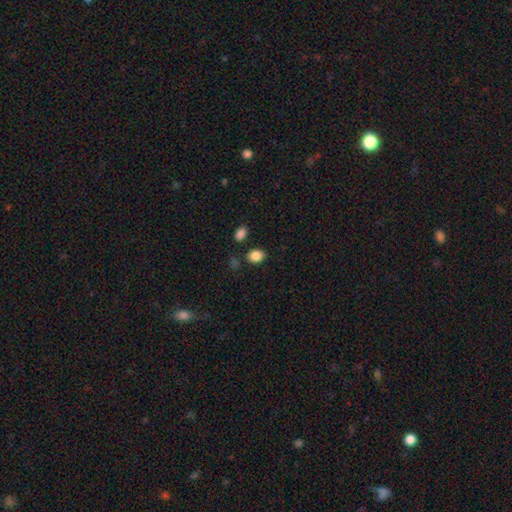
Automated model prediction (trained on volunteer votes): Smooth or featured? smooth (87%)
How rounded? in between (66%)
Merging? none (81%)